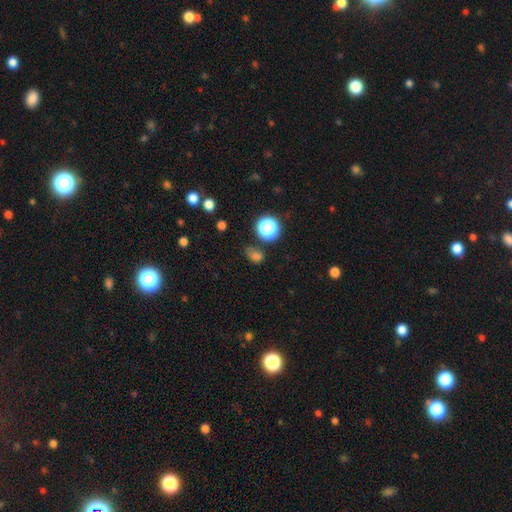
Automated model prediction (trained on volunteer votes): Overall: smooth (64%; star or artifact 29%). How rounded: round (60%; in between 38%). Merging: none (64%).